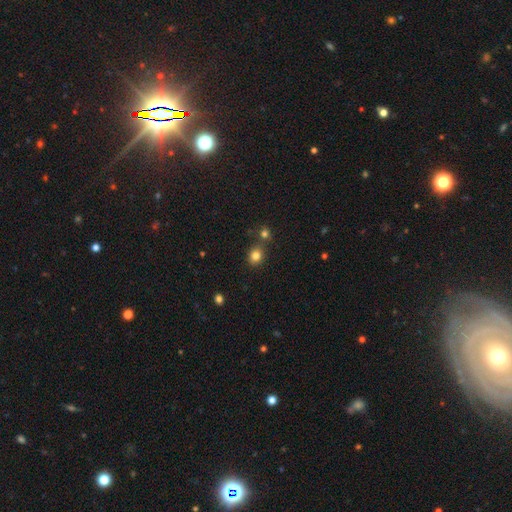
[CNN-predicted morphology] Smooth or featured? Predicted: smooth (p=0.81). How rounded? Predicted: round (p=0.71). Merging? Predicted: none (p=0.73).